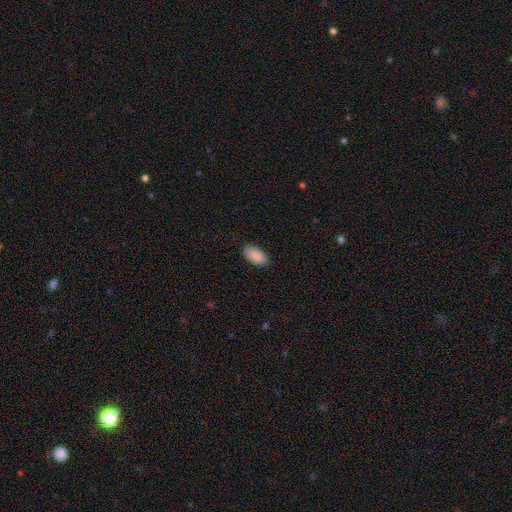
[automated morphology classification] This appears to be a smooth galaxy with no disk features (90%) that is in between round and cigar-shaped (94%). Merging: none (87%).